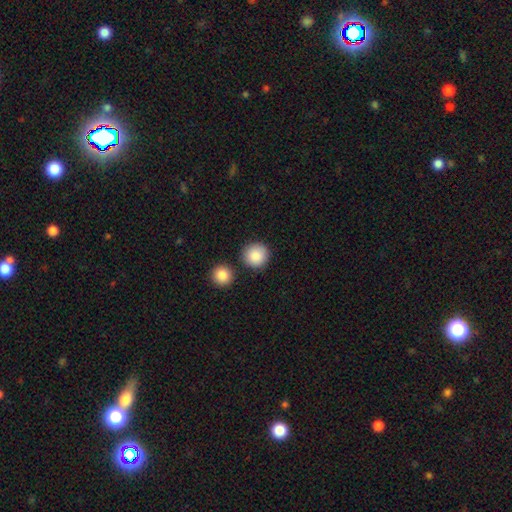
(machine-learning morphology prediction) Overall: smooth (88%). How rounded: round (94%). Merging: none (83%).